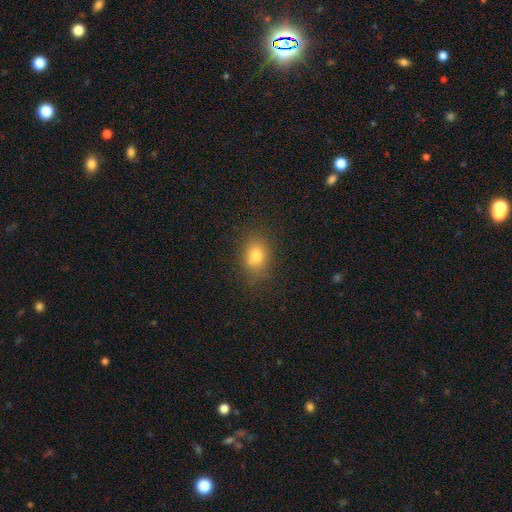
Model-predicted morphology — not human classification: type=smooth (81%); roundness=in between (59%); merging=none (83%).